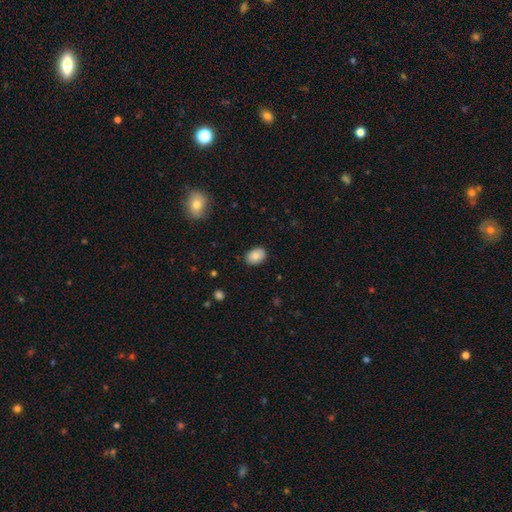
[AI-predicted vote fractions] smooth 85%, star or artifact 8%, featured or disk 7%. Down the decision tree: how rounded — in between (81%); merging — none (86%).